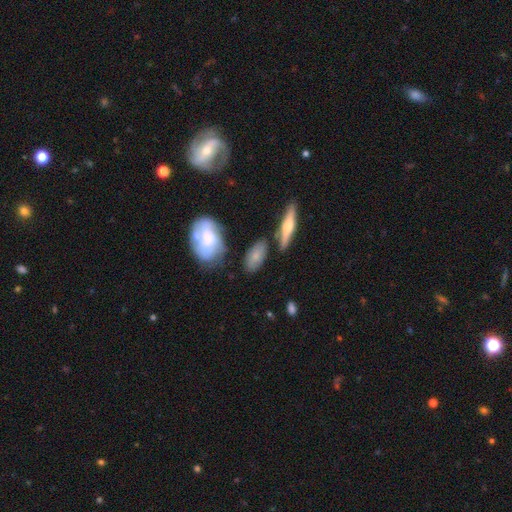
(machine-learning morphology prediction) Overall: smooth (68%). How rounded: in between (87%). Merging: none (69%).